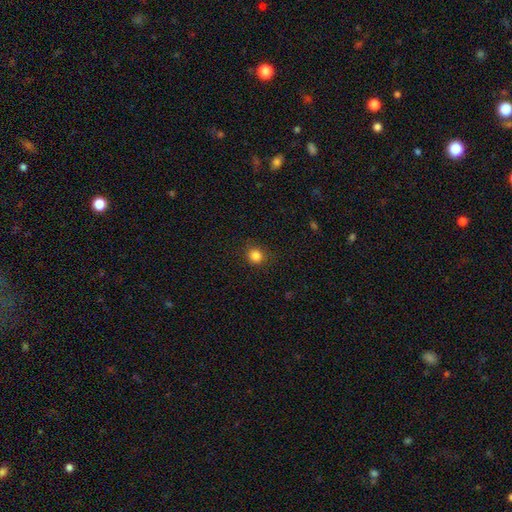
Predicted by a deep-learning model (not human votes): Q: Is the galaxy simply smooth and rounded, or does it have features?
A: smooth — 84%.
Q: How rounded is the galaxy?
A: round — 89%.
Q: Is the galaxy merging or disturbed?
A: none — 87%.